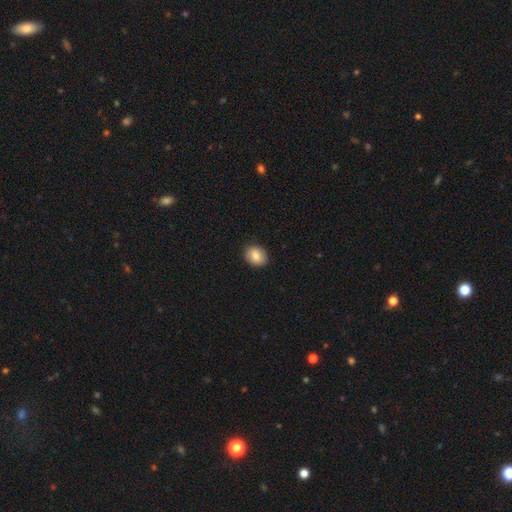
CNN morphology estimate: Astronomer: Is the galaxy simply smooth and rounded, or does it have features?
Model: smooth — 84%.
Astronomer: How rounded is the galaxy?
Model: in between — 51% (runner-up: round, 48%).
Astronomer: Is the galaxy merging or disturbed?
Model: none — 90%.